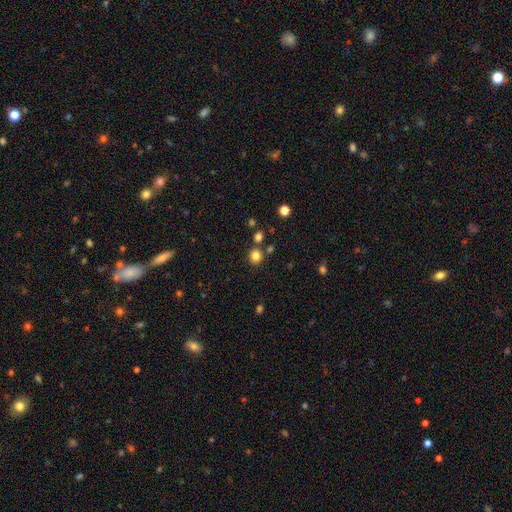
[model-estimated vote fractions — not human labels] smooth-or-featured: smooth: 82% | star or artifact: 13% | featured or disk: 5%
  how-rounded: round: 86% | in between: 13% | cigar-shaped: 1%
  merging: none: 79% | merger: 10% | minor disturbance: 8% | major disturbance: 3%